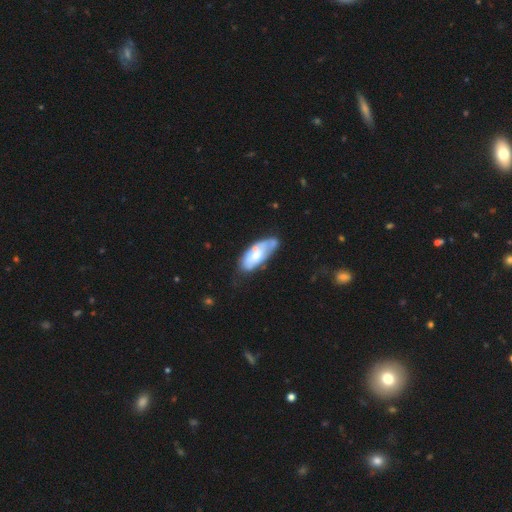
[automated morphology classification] smooth-or-featured: smooth: 48% | featured or disk: 46% | star or artifact: 6%
  merging: none: 45% | minor disturbance: 31% | major disturbance: 13% | merger: 11%